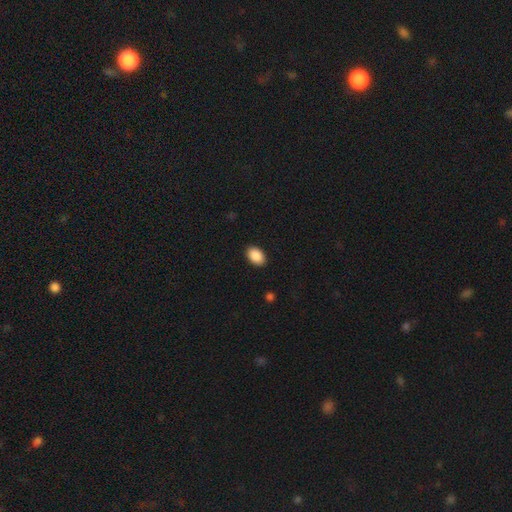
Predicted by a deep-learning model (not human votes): This is clearly a smooth galaxy (90%). How rounded: clearly in between (89%). Merging: clearly none (90%).